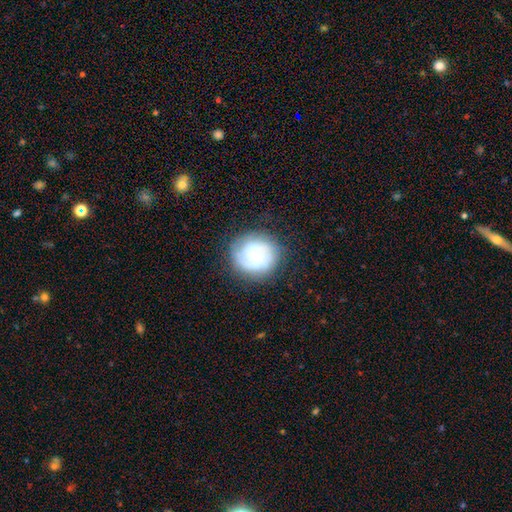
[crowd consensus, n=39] A featured or disk galaxy (59%) with no bar (52%), 2 (35%, tied with can't tell) tight (70%) spiral arms (87%) and a small central bulge (61%). Merging: none (81%).